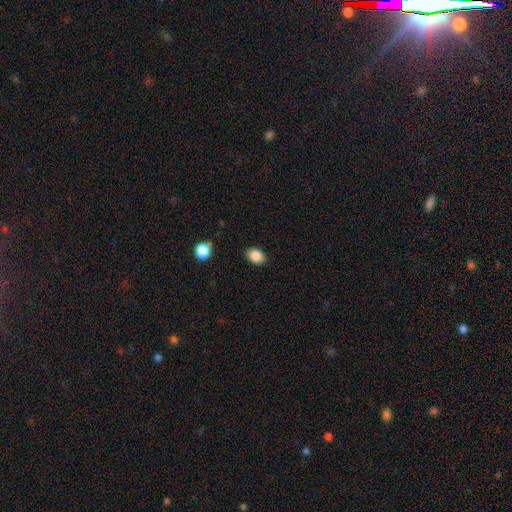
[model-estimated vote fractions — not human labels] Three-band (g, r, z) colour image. It shows a smooth galaxy with no disk features (86%) that is in between round and cigar-shaped (75%). Merging: none (87%).